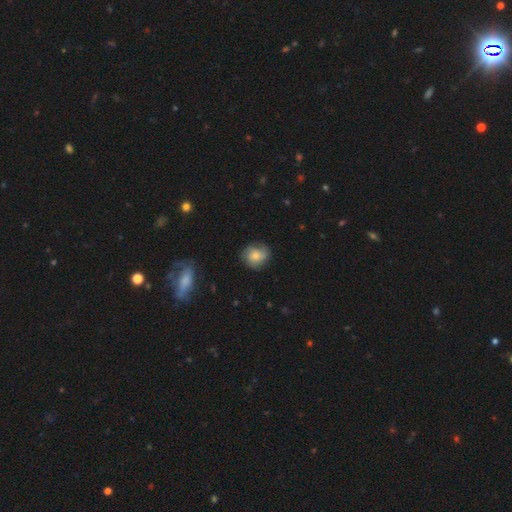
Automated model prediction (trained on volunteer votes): This is possibly a smooth galaxy (49%). Merging: likely none (73%).